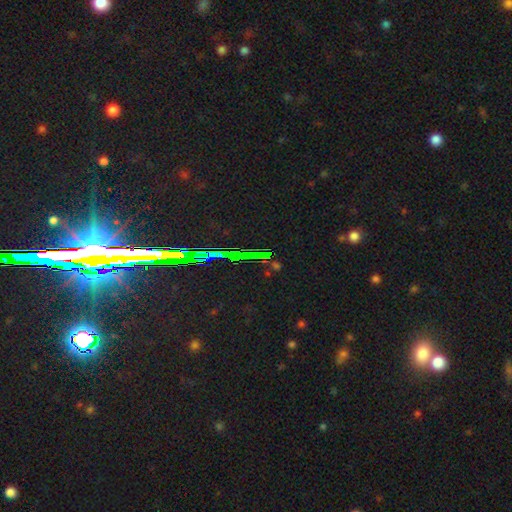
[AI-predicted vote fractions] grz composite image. It shows a star or artifact, not a galaxy (78%).